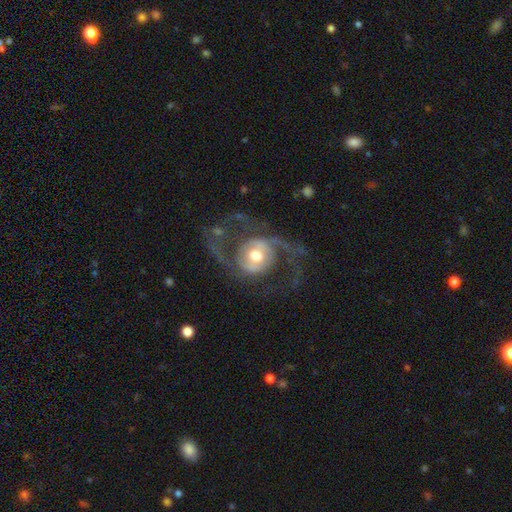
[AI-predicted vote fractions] This is clearly a featured or disk galaxy (81%). It is clearly not viewed edge-on (97%). Bar: possibly no (58%). Spiral arm pattern: clearly yes (86%). Spiral arm count: clearly 2 (80%). Spiral winding: possibly loose (48%). Central bulge: likely moderate (65%). Merging: possibly none (54%).